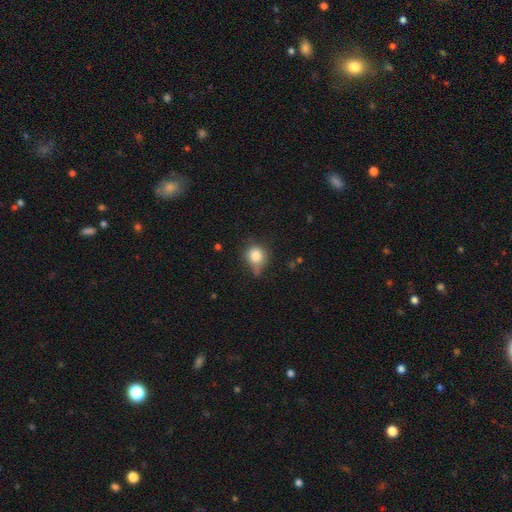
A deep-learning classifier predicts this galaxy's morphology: This is likely a smooth galaxy (80%). How rounded: clearly round (84%). Merging: possibly none (51%).